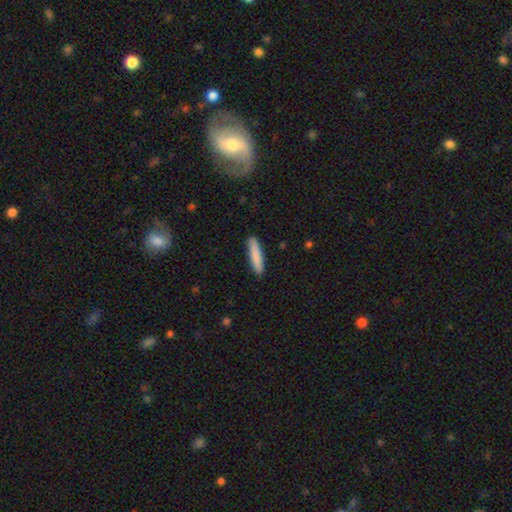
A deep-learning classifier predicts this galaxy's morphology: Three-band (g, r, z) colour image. It shows a smooth galaxy with no disk features (85%) that is cigar-shaped (86%). Merging: none (90%).